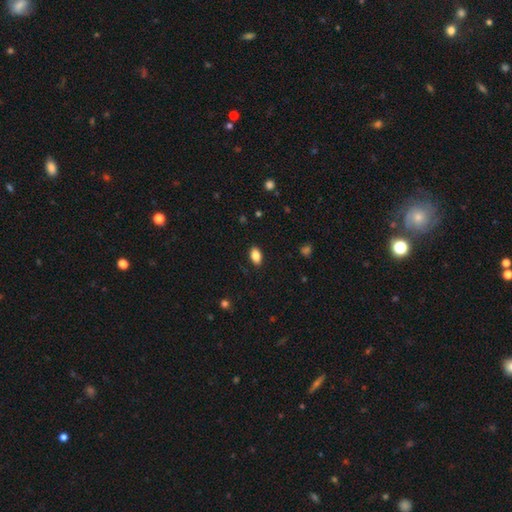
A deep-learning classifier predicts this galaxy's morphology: A smooth galaxy with no disk features (84%) that is in between round and cigar-shaped (90%).

Vote fractions:
- Smooth or featured? smooth: 84% / star or artifact: 9% / featured or disk: 7%
- How rounded? in between: 90% / round: 7% / cigar-shaped: 3%
- Merging? none: 88% / minor disturbance: 9% / major disturbance: 2% / merger: 1%